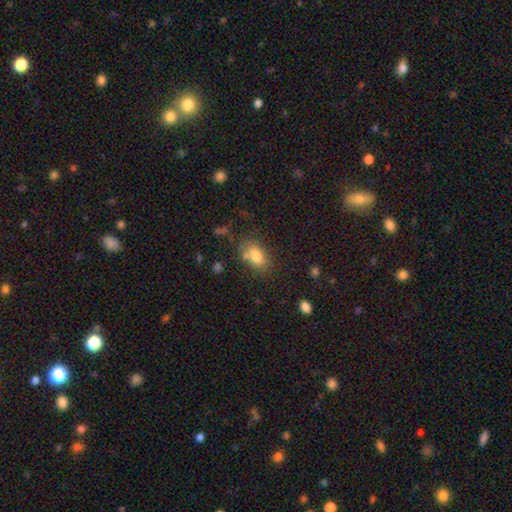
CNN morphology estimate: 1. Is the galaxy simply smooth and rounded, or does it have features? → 79% smooth, 12% featured or disk, 9% star or artifact.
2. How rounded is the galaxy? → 86% in between, 11% round, 3% cigar-shaped.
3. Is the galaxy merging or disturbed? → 65% none, 19% minor disturbance, 10% merger, 6% major disturbance.